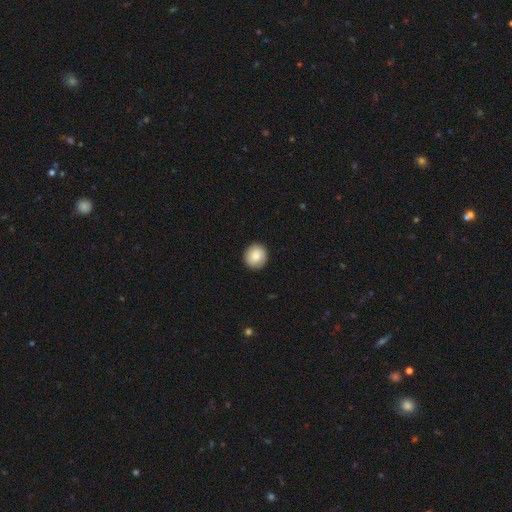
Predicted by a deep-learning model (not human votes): This appears to be a smooth galaxy with no disk features (85%) that is round (88%). Merging: none (91%).